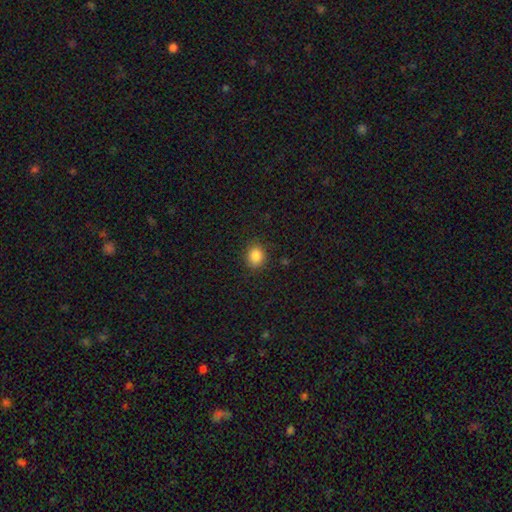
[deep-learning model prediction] This appears to be a smooth galaxy with no disk features (85%) that is round (70%). Merging: none (86%).